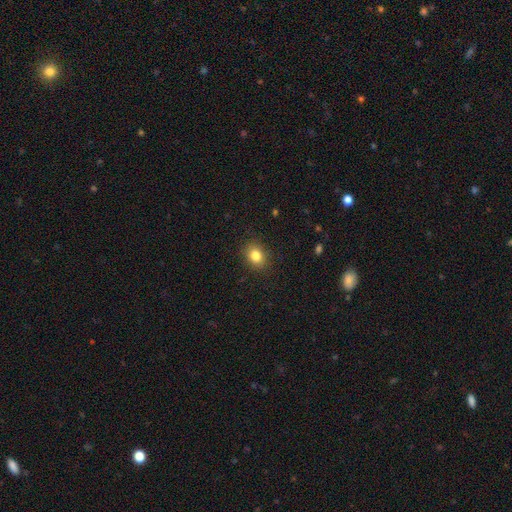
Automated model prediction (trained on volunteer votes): A smooth galaxy with no disk features (83%) that is in between round and cigar-shaped (55%). Merging: none (88%).